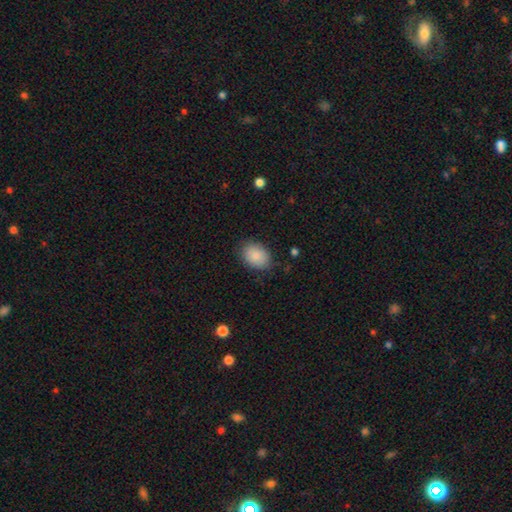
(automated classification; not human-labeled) Smooth or featured: smooth — 88% (star or artifact — 7%)
How rounded: in between — 76% (round — 23%)
Merging: none — 83% (minor disturbance — 13%)